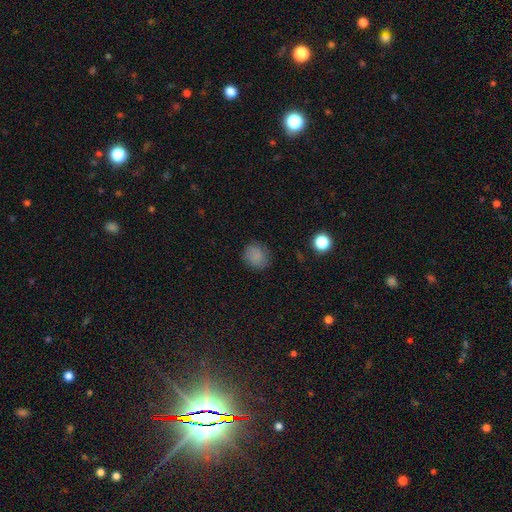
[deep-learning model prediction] Overall: smooth (83%). How rounded: round (74%). Merging: none (82%).